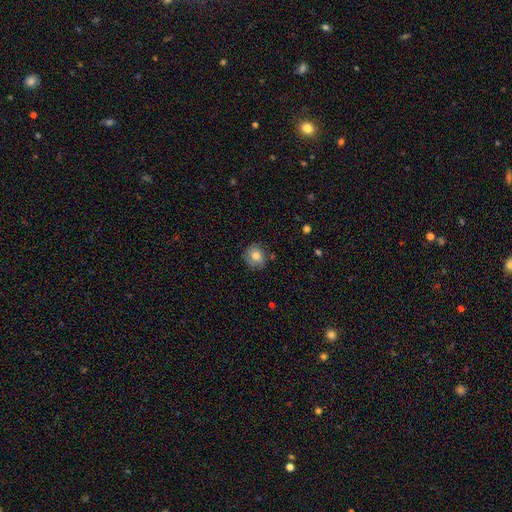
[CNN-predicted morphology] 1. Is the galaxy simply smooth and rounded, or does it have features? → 72% smooth, 19% featured or disk, 9% star or artifact.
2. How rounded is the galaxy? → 76% round, 23% in between, 1% cigar-shaped.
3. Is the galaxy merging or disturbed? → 75% none, 19% minor disturbance, 4% major disturbance, 2% merger.